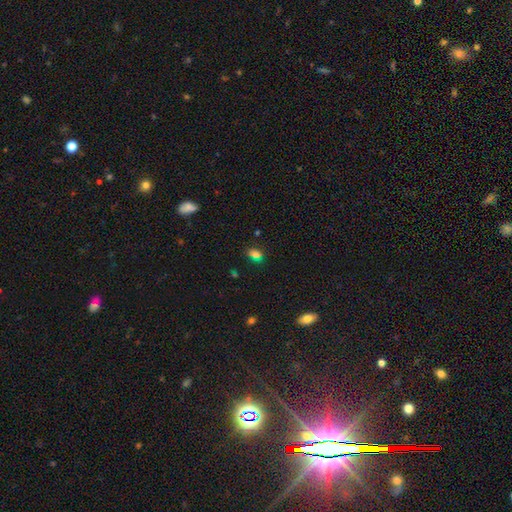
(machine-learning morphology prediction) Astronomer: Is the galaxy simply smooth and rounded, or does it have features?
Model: smooth — 67%.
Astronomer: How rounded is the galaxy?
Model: in between — 69%.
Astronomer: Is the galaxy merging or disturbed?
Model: none — 76%.